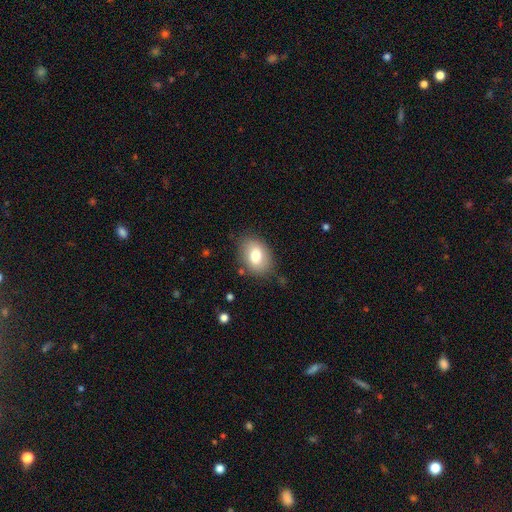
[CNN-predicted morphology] Smooth or featured?
  - smooth: 76% *
  - featured or disk: 16%
  - star or artifact: 8%
How rounded?
  - in between: 76% *
  - round: 23%
  - cigar-shaped: 1%
Merging?
  - none: 80% *
  - minor disturbance: 15%
  - major disturbance: 4%
  - merger: 2%